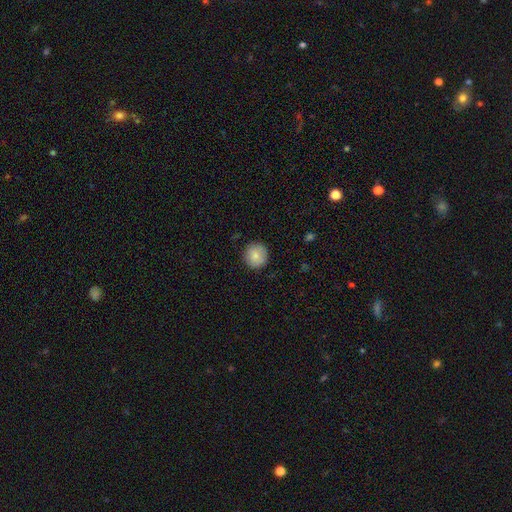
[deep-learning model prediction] Smooth or featured? Predicted: smooth (p=0.83). How rounded? Predicted: round (p=0.93). Merging? Predicted: none (p=0.86).